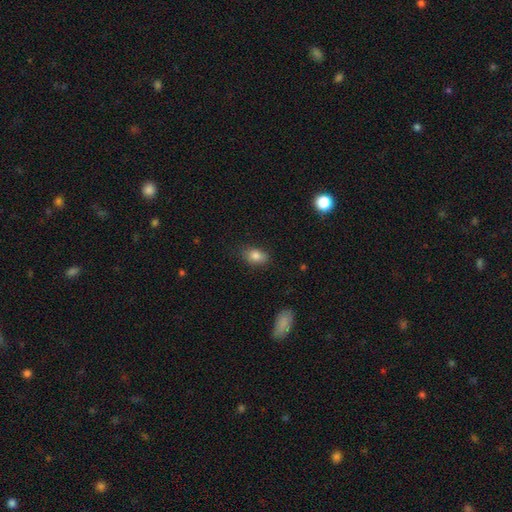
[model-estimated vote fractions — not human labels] A smooth galaxy with no disk features (83%) that is in between round and cigar-shaped (83%).

Vote fractions:
- Smooth or featured? smooth: 83% / star or artifact: 9% / featured or disk: 8%
- How rounded? in between: 83% / round: 15% / cigar-shaped: 2%
- Merging? none: 78% / minor disturbance: 17% / major disturbance: 4% / merger: 1%